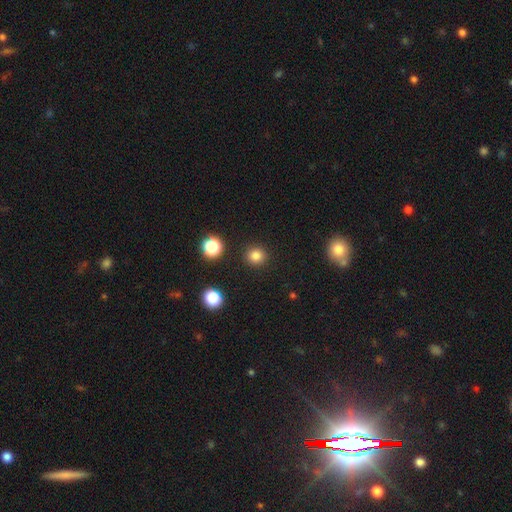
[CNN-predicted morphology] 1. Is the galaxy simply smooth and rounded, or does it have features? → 81% smooth, 14% star or artifact, 5% featured or disk.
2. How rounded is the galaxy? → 92% round, 7% in between, 1% cigar-shaped.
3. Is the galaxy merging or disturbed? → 91% none, 5% minor disturbance, 2% major disturbance, 2% merger.